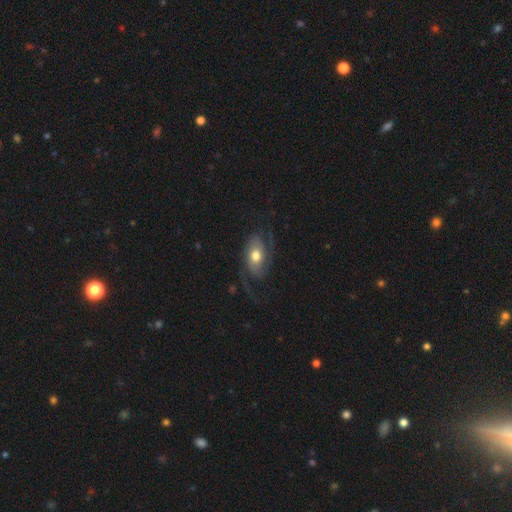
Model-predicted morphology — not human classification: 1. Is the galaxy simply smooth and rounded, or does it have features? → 69% featured or disk, 25% smooth, 6% star or artifact.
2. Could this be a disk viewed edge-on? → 94% no, 6% yes.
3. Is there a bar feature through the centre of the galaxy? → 74% no, 20% weak, 5% strong.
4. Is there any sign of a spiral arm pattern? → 88% yes, 12% no.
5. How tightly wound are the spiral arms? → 48% loose, 35% medium, 16% tight.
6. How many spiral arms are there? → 71% 2, 9% can't tell, 9% 1, 5% 3, 3% 4, 2% more than 4.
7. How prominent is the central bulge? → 67% moderate, 20% large, 9% small, 2% dominant, 1% none.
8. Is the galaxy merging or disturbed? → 57% none, 24% major disturbance, 17% minor disturbance, 2% merger.